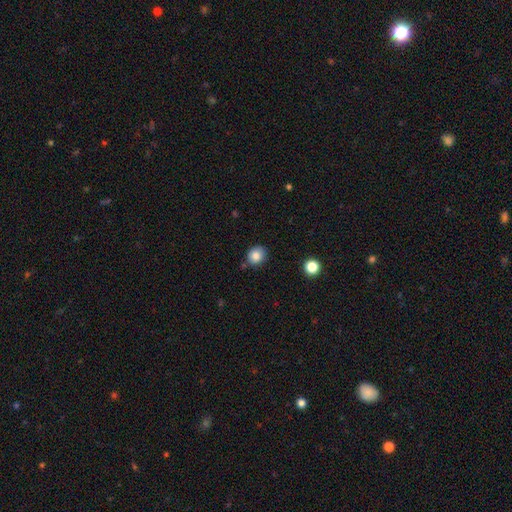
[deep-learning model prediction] Morphology: type=smooth (84%); roundness=round (72%); merging=none (79%).